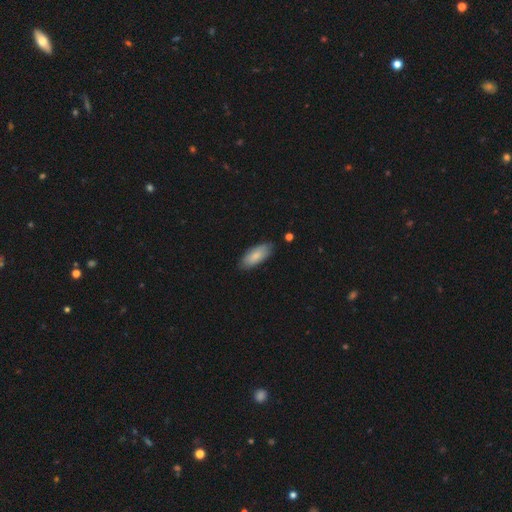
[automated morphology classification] Smooth or featured? smooth (82%)
How rounded? in between (83%)
Merging? none (82%)